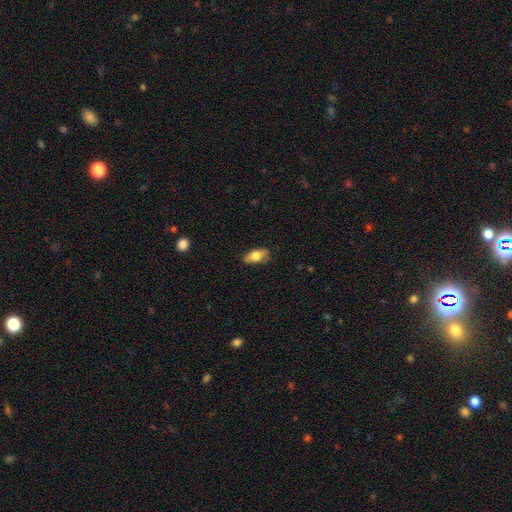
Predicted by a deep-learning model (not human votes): This appears to be a smooth galaxy with no disk features (73%) that is in between round and cigar-shaped (85%). Merging: none (76%).